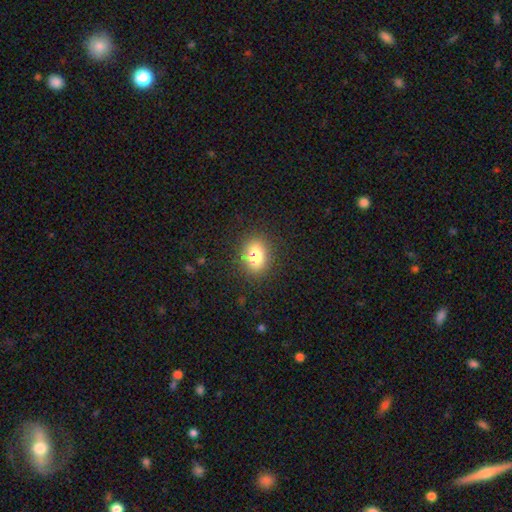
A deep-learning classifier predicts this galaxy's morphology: Overall: smooth (75%). How rounded: in between (63%; round 35%). Merging: none (82%).